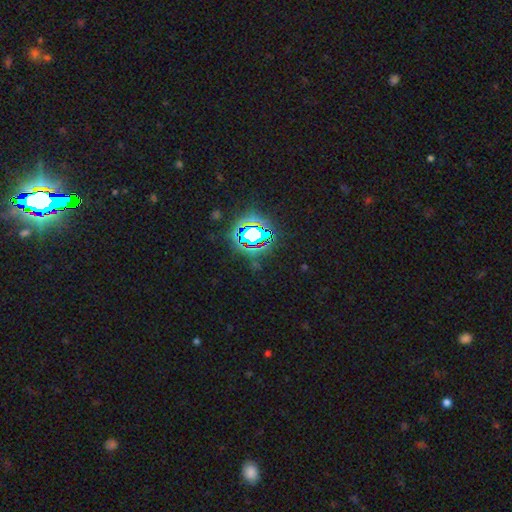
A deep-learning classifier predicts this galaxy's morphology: Smooth or featured? Predicted: star or artifact (p=0.84).